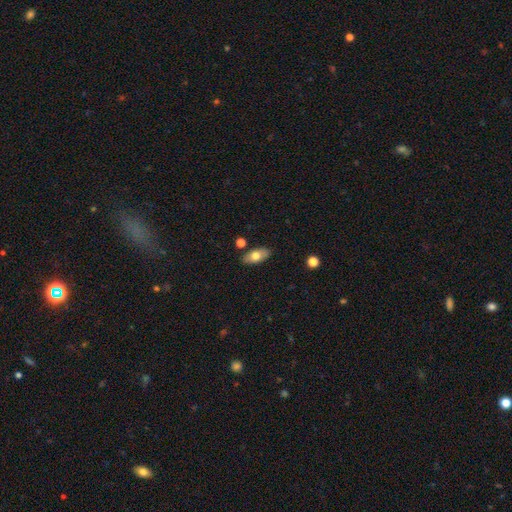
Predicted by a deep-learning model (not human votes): The model was most divided on "smooth or featured": smooth: 69%, featured or disk: 24%, star or artifact: 7%. More confident: how rounded — in between (89%); merging — none (84%).